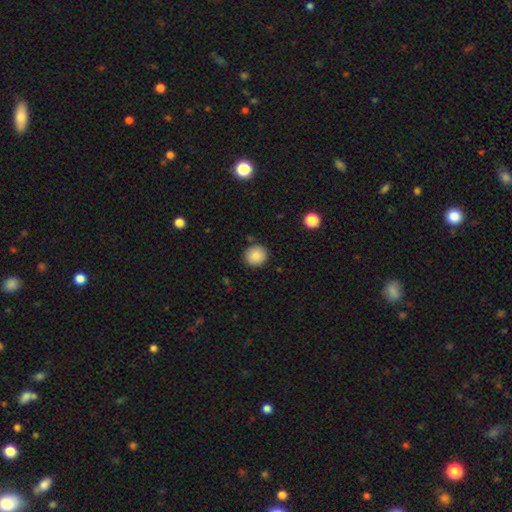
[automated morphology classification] smooth_or_featured: smooth (p=0.87) [alt: star or artifact p=0.09]
how_rounded: round (p=0.89) [alt: in between p=0.11]
merging: none (p=0.88) [alt: minor disturbance p=0.08]